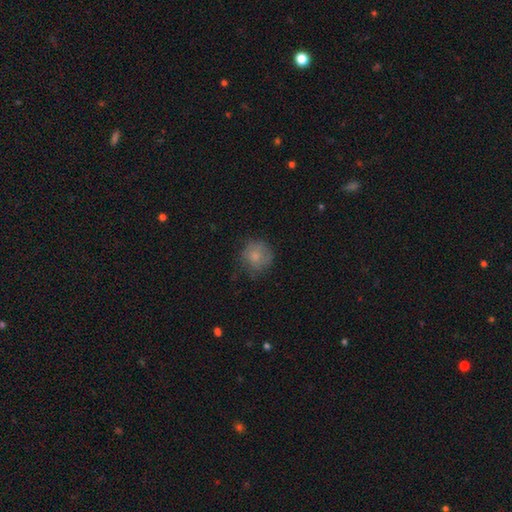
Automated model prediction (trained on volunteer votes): This appears to be a smooth galaxy with no disk features (73%) that is round (88%). Merging: none (66%).